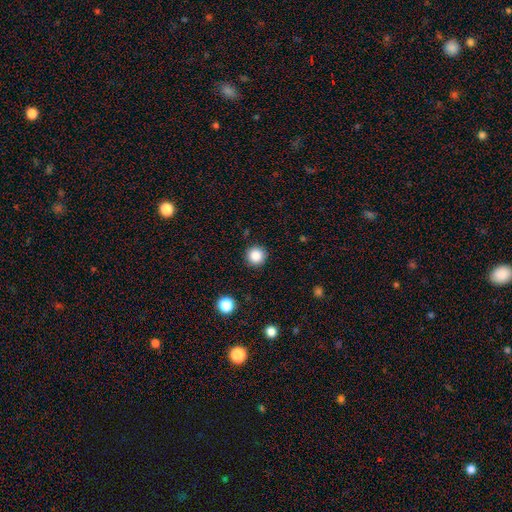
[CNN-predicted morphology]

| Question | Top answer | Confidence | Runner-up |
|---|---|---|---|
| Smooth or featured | smooth | 86% | star or artifact (11%) |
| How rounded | round | 96% | in between (4%) |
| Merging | none | 91% | minor disturbance (6%) |